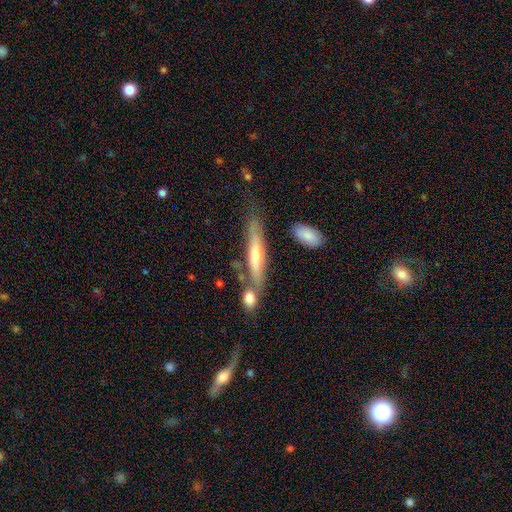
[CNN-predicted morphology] The model was most divided on "smooth or featured": featured or disk: 50%, smooth: 43%, star or artifact: 7%. More confident: edge-on disk — yes (85%); merging — none (61%).